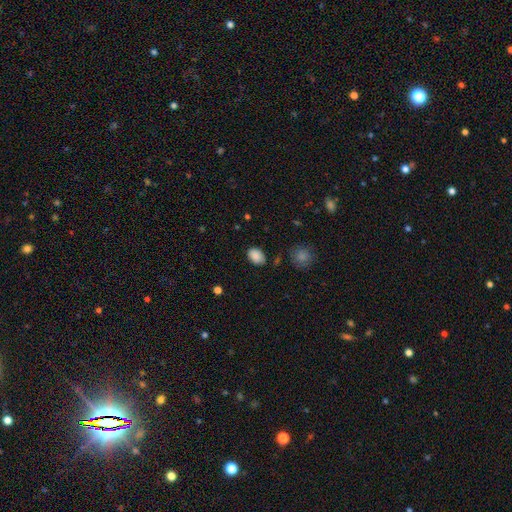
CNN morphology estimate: type=smooth (87%); roundness=in between (80%); merging=none (81%).